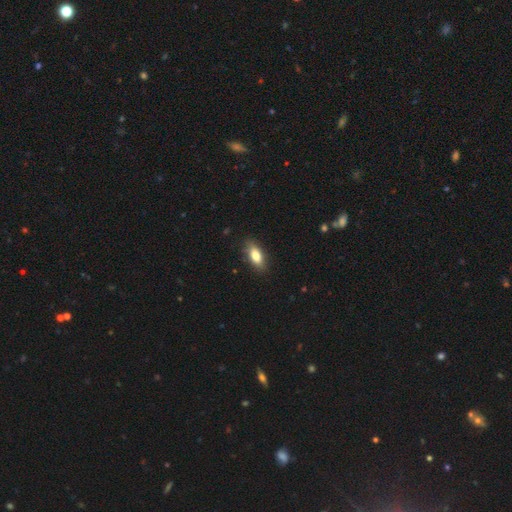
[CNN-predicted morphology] smooth 79%, featured or disk 14%, star or artifact 7%. Down the decision tree: how rounded — in between (82%); merging — none (84%).